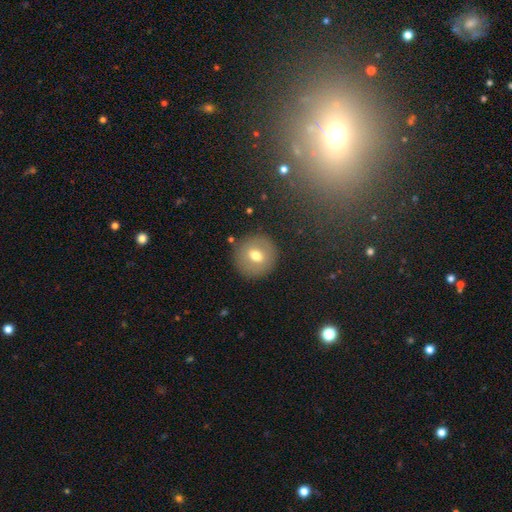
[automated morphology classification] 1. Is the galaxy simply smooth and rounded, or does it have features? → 64% smooth, 26% featured or disk, 10% star or artifact.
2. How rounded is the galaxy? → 91% round, 8% in between, 1% cigar-shaped.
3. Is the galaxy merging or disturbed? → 87% none, 8% minor disturbance, 3% major disturbance, 2% merger.